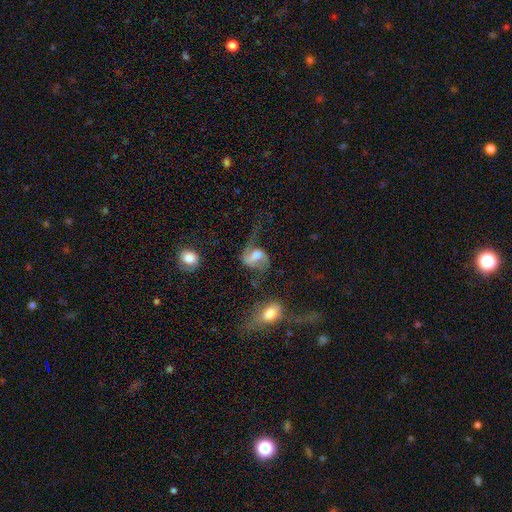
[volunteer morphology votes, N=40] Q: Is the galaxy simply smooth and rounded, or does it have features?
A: featured or disk — 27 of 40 (68%).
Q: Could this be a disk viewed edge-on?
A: no — 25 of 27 (93%).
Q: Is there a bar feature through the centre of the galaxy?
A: no — 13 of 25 (52%).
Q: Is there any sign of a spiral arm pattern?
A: yes — 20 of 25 (80%).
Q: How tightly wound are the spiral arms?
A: loose — 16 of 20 (80%).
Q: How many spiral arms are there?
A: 2 — 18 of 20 (90%).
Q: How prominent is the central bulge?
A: moderate — 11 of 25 (44%).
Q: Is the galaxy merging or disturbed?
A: none — 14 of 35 (40%).